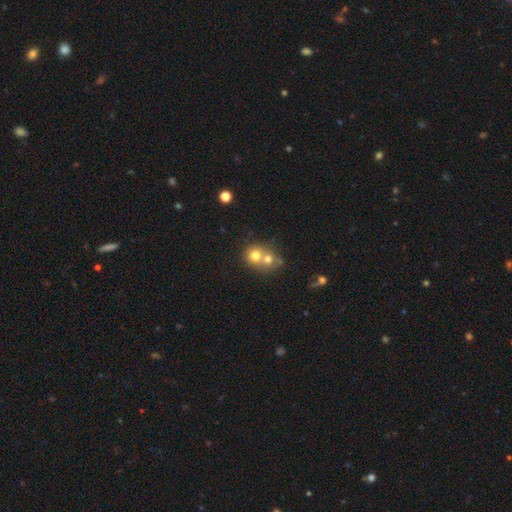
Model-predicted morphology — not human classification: This appears to be a smooth galaxy with no disk features (70%) that is round (80%). Merging: merger (62%).